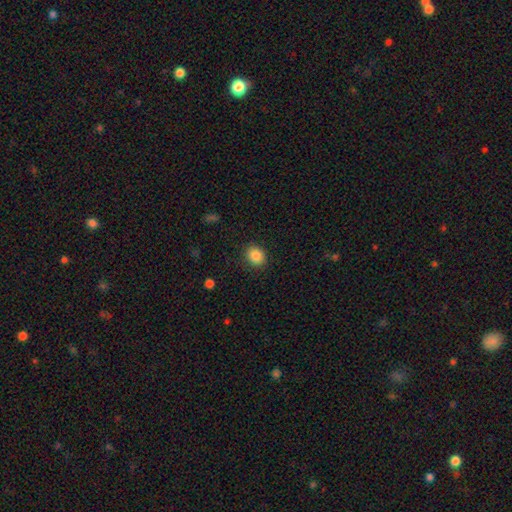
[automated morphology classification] Smooth or featured? Predicted: smooth (p=0.86). How rounded? Predicted: round (p=0.60). Merging? Predicted: none (p=0.89).